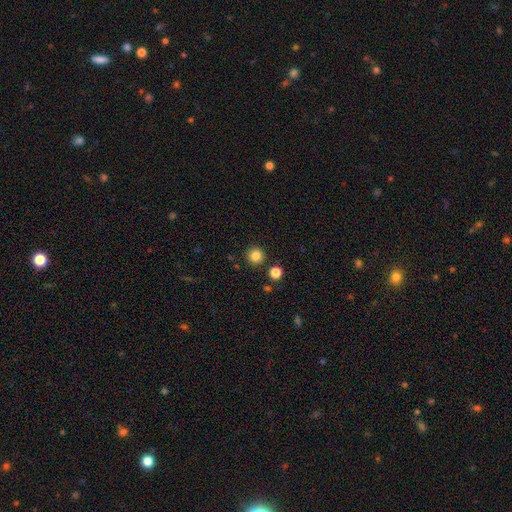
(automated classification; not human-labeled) A smooth galaxy with no disk features (83%) that is round (95%).

Vote fractions:
- Smooth or featured? smooth: 83% / star or artifact: 12% / featured or disk: 5%
- How rounded? round: 95% / in between: 4% / cigar-shaped: 1%
- Merging? none: 90% / minor disturbance: 5% / merger: 3% / major disturbance: 2%